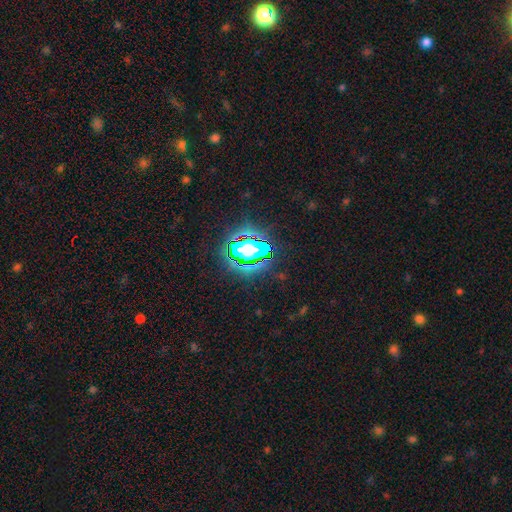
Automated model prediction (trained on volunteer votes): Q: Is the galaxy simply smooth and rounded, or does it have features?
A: star or artifact — 66%.